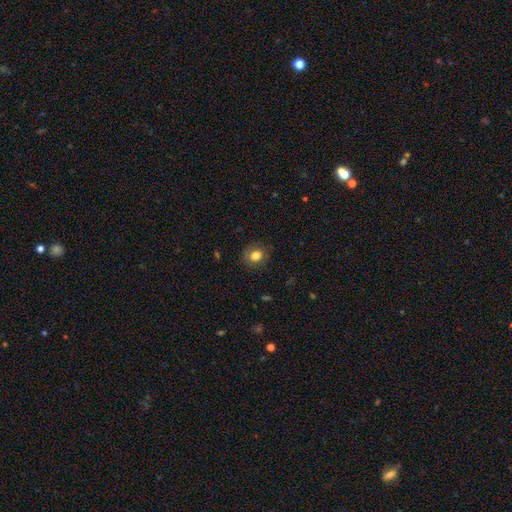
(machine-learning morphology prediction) Smooth or featured? Predicted: smooth (p=0.80). How rounded? Predicted: round (p=0.72). Merging? Predicted: none (p=0.84).